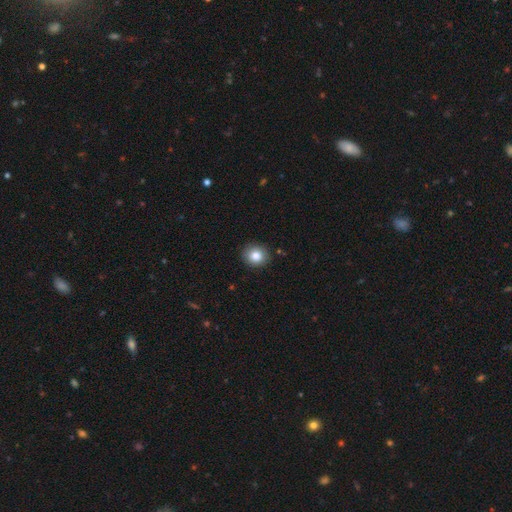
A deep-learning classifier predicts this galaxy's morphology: A smooth galaxy with no disk features (84%) that is round (83%). Merging: none (89%).